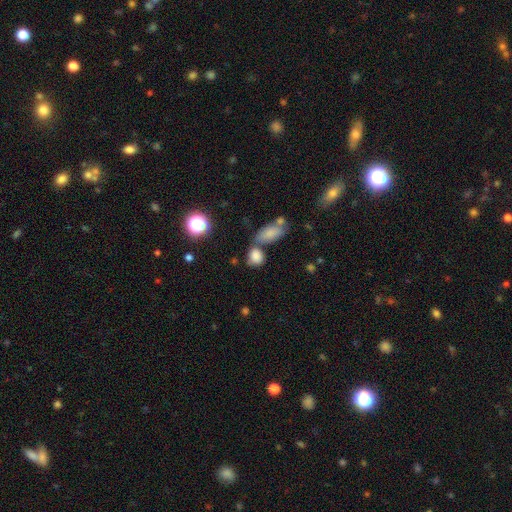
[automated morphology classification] This is clearly a smooth galaxy (82%). How rounded: possibly round (49%). Merging: possibly none (53%).